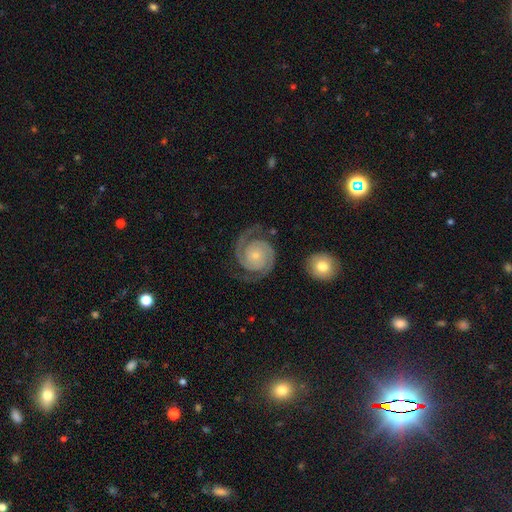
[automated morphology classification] Smooth or featured? Predicted: featured or disk (p=0.91). Edge-on disk? Predicted: no (p=0.98). Bar? Predicted: no (p=0.77). Spiral arms? Predicted: yes (p=0.98). Spiral winding? Predicted: tight (p=0.66). Spiral arm count? Predicted: 2 (p=0.92). Bulge size? Predicted: small (p=0.71). Merging? Predicted: none (p=0.79).